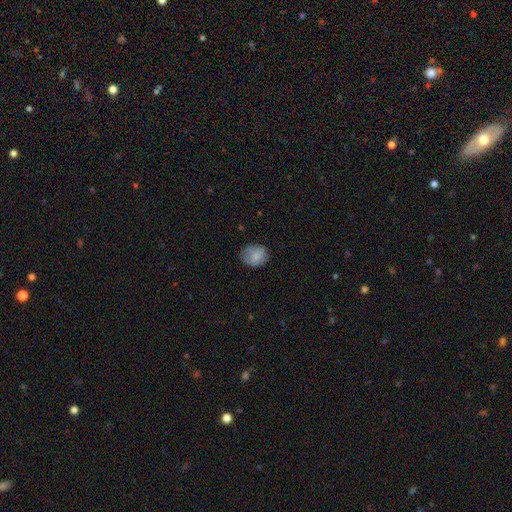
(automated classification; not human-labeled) Overall: smooth (79%). How rounded: round (59%; in between 40%). Merging: none (64%; minor disturbance 26%).